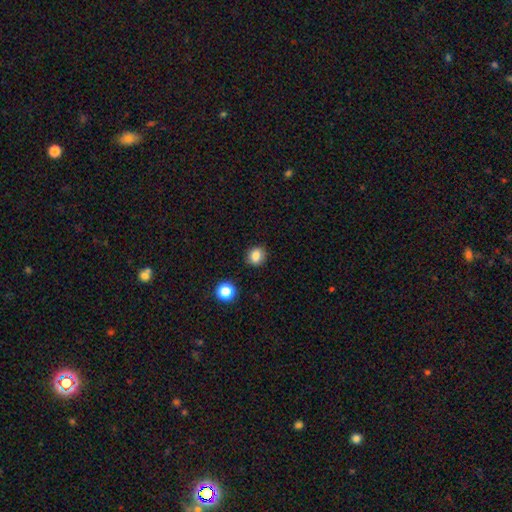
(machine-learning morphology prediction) A smooth galaxy with no disk features (83%) that is round (73%). Merging: none (87%).